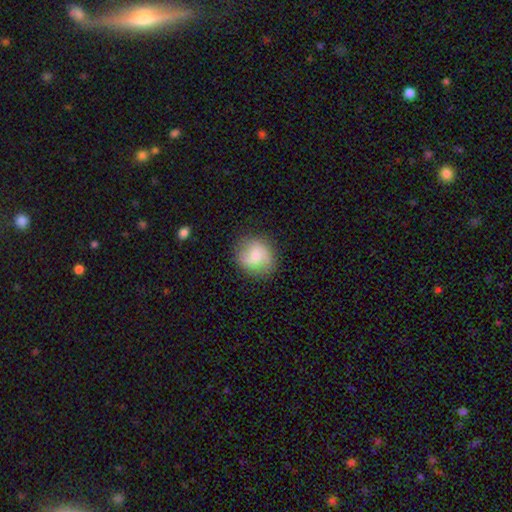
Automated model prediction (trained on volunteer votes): Smooth or featured? smooth (68%)
How rounded? round (83%)
Merging? none (79%)